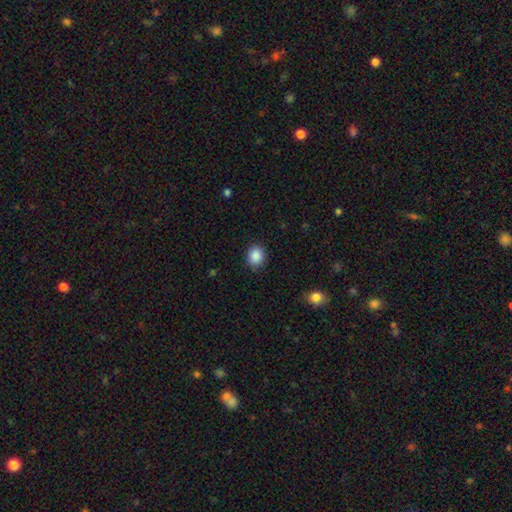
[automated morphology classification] Smooth or featured? smooth (88%)
How rounded? round (69%)
Merging? none (85%)